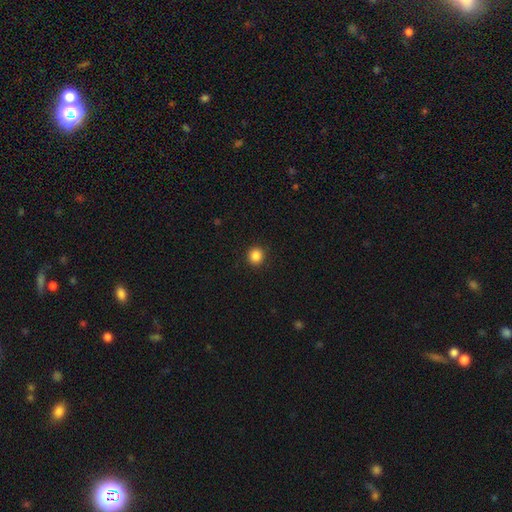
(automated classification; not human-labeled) The model was most divided on "smooth or featured": smooth: 86%, star or artifact: 11%, featured or disk: 3%. More confident: merging — none (92%); how rounded — round (89%).